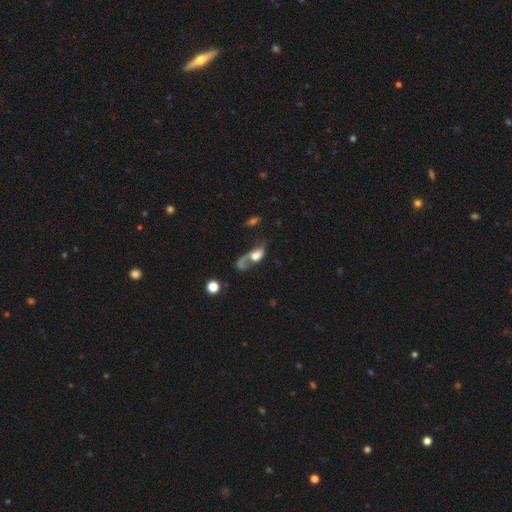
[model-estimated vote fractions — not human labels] smooth-or-featured: featured or disk: 52% | smooth: 38% | star or artifact: 10%
  disk-edge-on: no: 90% | yes: 10%
  merging: major disturbance: 45% | none: 23% | merger: 18% | minor disturbance: 14%